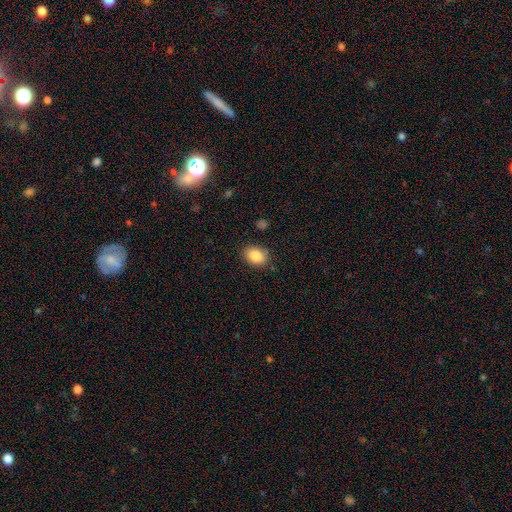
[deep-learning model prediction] smooth 87%, star or artifact 8%, featured or disk 5%. Down the decision tree: how rounded — in between (64%); merging — none (84%).